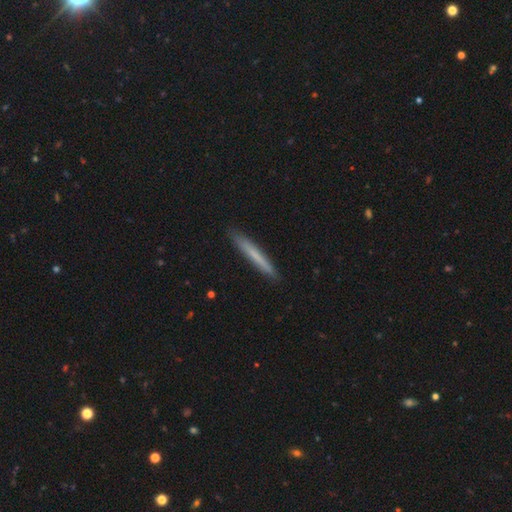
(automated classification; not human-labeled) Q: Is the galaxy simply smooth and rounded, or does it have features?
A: smooth — 66%.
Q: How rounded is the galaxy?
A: cigar-shaped — 97%.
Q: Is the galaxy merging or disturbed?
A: none — 90%.